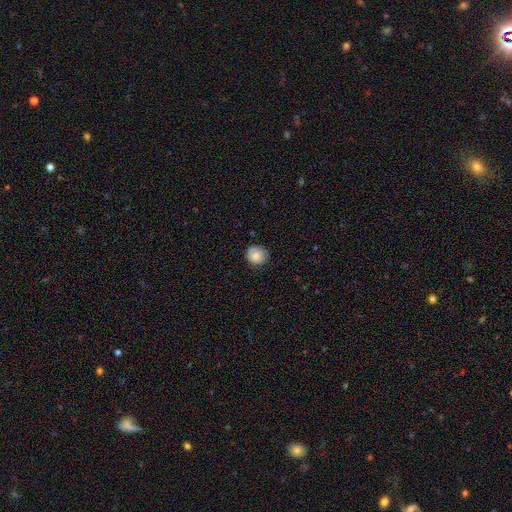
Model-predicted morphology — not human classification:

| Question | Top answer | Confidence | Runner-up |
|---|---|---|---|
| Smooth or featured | smooth | 76% | featured or disk (16%) |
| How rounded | round | 88% | in between (11%) |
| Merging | none | 78% | minor disturbance (17%) |